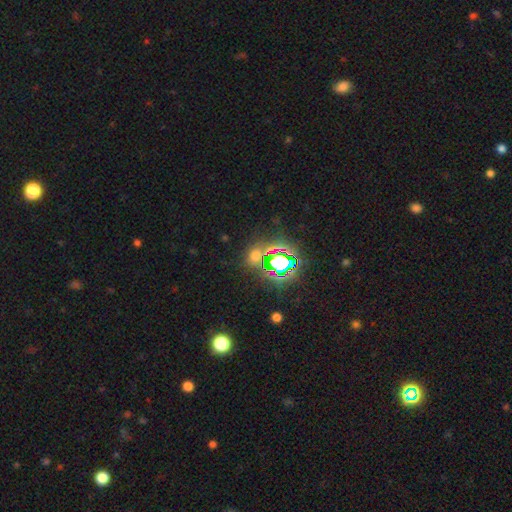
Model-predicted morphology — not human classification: Smooth or featured: star or artifact — 60% (smooth — 32%)